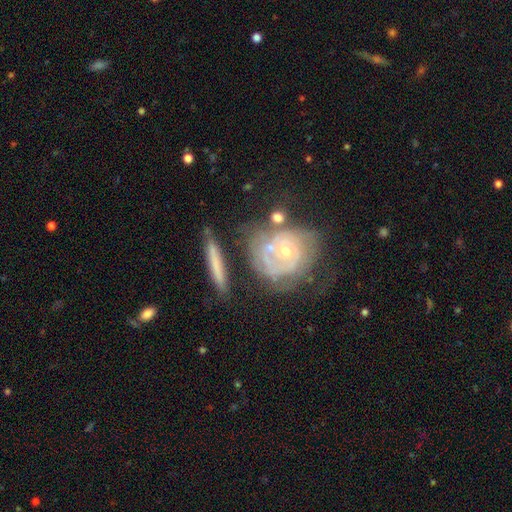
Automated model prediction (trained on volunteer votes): Smooth or featured: featured or disk — 64% (smooth — 20%)
Edge-on disk: no — 85% (yes — 15%)
Bar: no — 70% (weak — 21%)
Spiral arms: yes — 73% (no — 27%)
Bulge size: small — 59% (moderate — 36%)
Merging: none — 60% (merger — 16%)